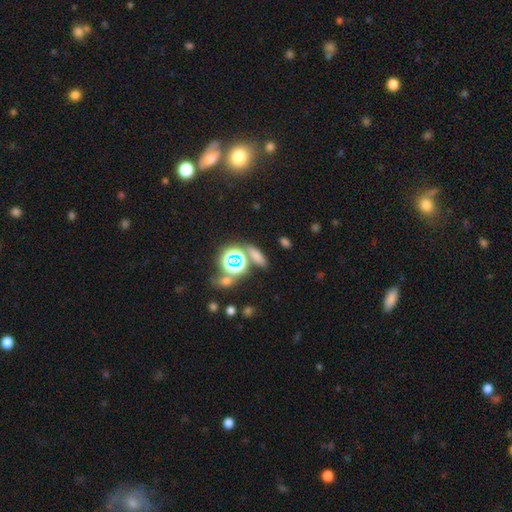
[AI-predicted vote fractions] Smooth or featured: smooth — 58% (star or artifact — 32%)
How rounded: in between — 44% (cigar-shaped — 32%)
Merging: none — 74% (merger — 12%)